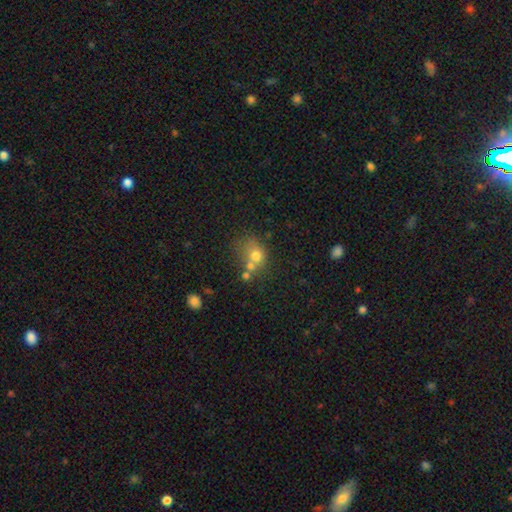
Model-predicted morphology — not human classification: This is likely a smooth galaxy (67%). How rounded: likely round (65%). Merging: marginally merger (40%).